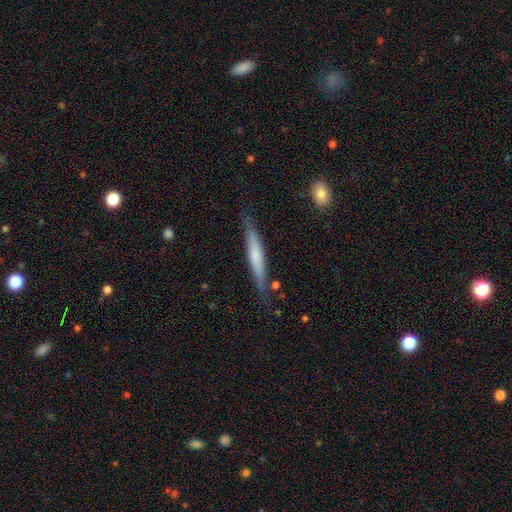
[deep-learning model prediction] smooth 55%, featured or disk 39%, star or artifact 6%. Down the decision tree: how rounded — cigar-shaped (93%); merging — none (81%).